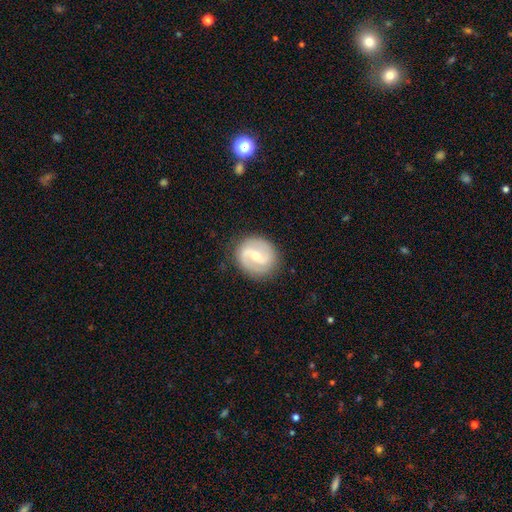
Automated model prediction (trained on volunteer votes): A featured or disk galaxy (81%) with a weak bar (49%), 2 (91%) medium (50%) spiral arms (92%) and a moderate central bulge (51%). Merging: none (87%).